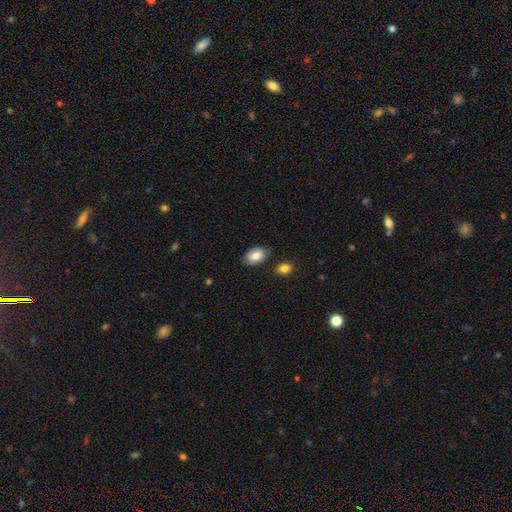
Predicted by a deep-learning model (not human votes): smooth-or-featured: smooth: 83% | featured or disk: 10% | star or artifact: 7%
  how-rounded: in between: 89% | round: 10% | cigar-shaped: 1%
  merging: none: 83% | minor disturbance: 11% | merger: 3% | major disturbance: 2%